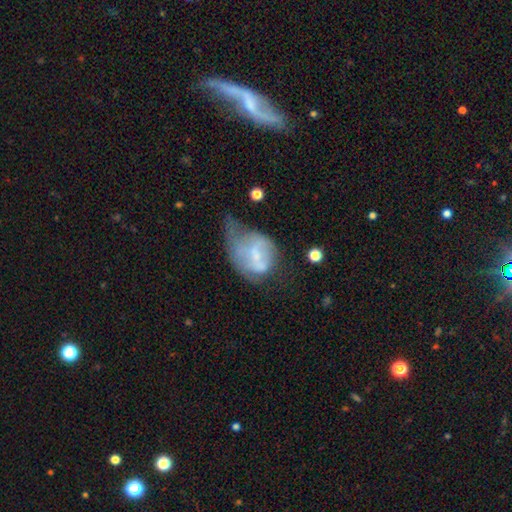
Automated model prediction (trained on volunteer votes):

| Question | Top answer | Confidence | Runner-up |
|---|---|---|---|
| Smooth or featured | featured or disk | 47% | smooth (44%) |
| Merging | major disturbance | 45% | minor disturbance (27%) |